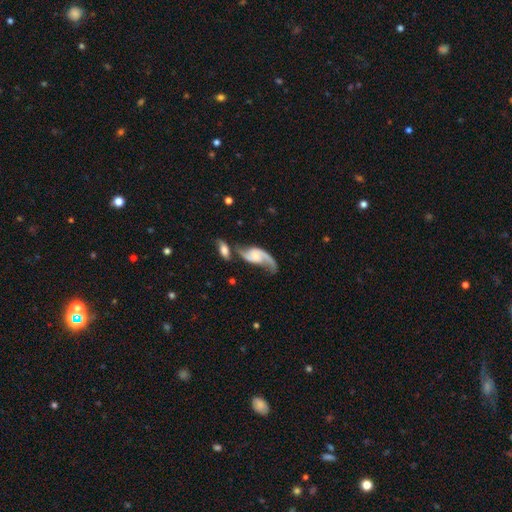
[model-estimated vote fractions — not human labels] featured or disk 85%, smooth 10%, star or artifact 5%. Down the decision tree: edge-on disk — no (95%); bar — no (58%); spiral arms — yes (95%); spiral arm count — 2 (86%); spiral winding — loose (76%); bulge size — small (36%); merging — none (39%).